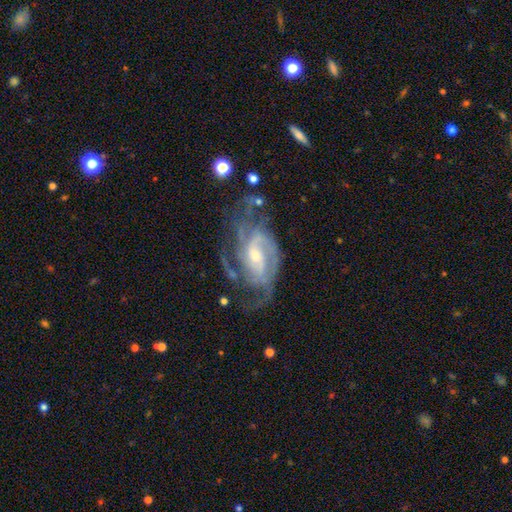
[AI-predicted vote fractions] Overall: featured or disk (89%). Edge-on disk: no (97%). Bar: weak (45%; no 39%). Spiral arms: yes (96%). Spiral arm count: 2 (33%; 3 26%). Spiral winding: medium (46%; tight 41%). Bulge size: small (49%; moderate 42%). Merging: none (55%; minor disturbance 22%).